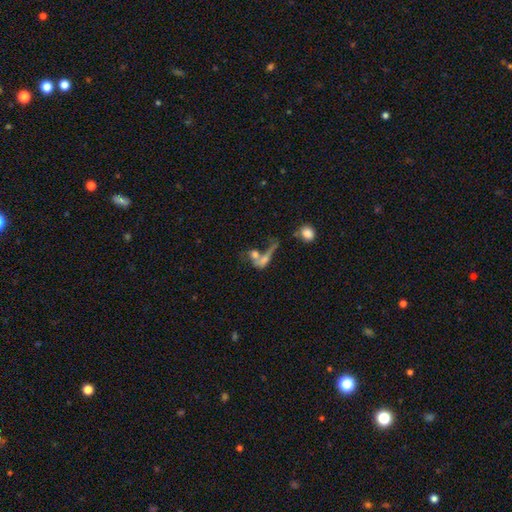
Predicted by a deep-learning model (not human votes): The model was most divided on "smooth or featured": smooth: 46%, featured or disk: 37%, star or artifact: 17%. More confident: merging — merger (52%).